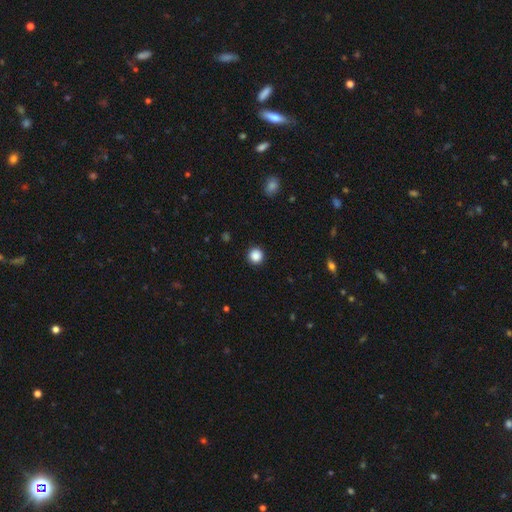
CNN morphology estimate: Smooth or featured? Predicted: smooth (p=0.87). How rounded? Predicted: round (p=0.95). Merging? Predicted: none (p=0.92).